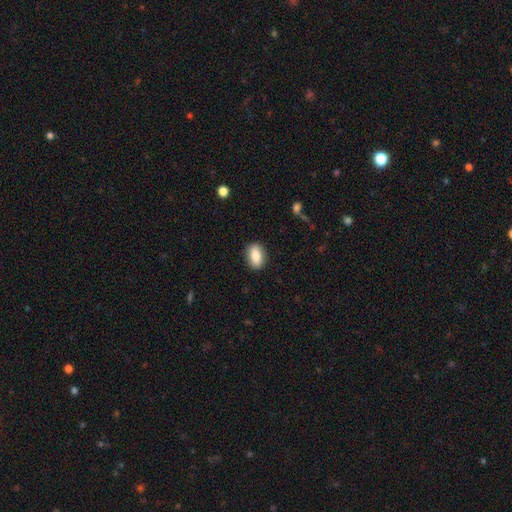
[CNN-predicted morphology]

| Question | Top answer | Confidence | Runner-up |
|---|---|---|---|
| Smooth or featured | smooth | 82% | featured or disk (11%) |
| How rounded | in between | 84% | round (12%) |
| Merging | none | 87% | minor disturbance (9%) |